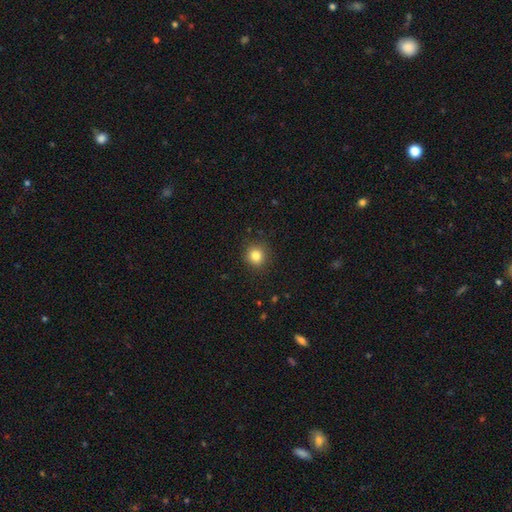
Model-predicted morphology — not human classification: Q: Smooth or featured?
A: smooth (83%); runner-up: star or artifact (12%)
Q: How rounded?
A: round (90%); runner-up: in between (9%)
Q: Merging?
A: none (90%); runner-up: minor disturbance (7%)